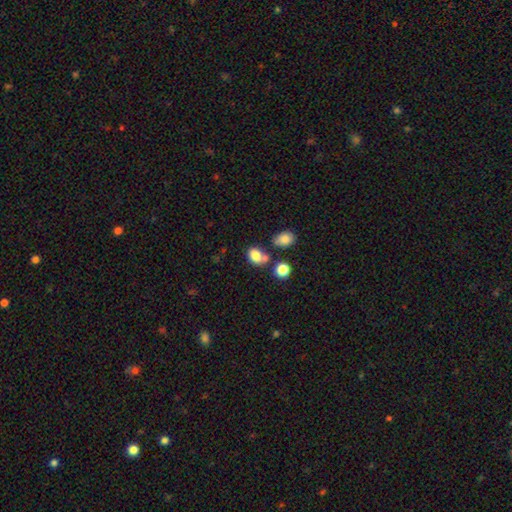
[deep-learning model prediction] Overall: smooth (79%). How rounded: in between (66%; round 33%). Merging: none (53%; merger 26%).